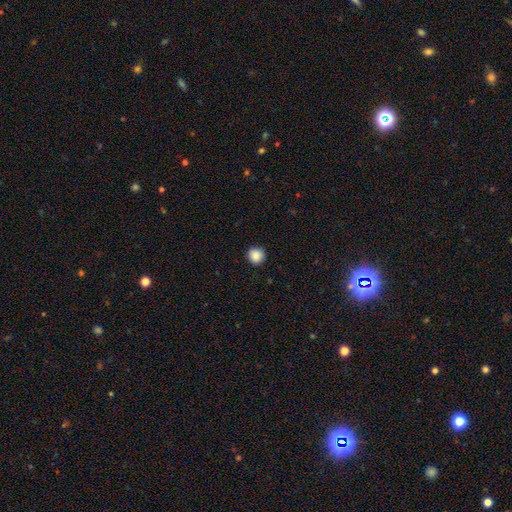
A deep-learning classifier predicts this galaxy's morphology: Smooth or featured? Predicted: smooth (p=0.87). How rounded? Predicted: round (p=0.95). Merging? Predicted: none (p=0.92).